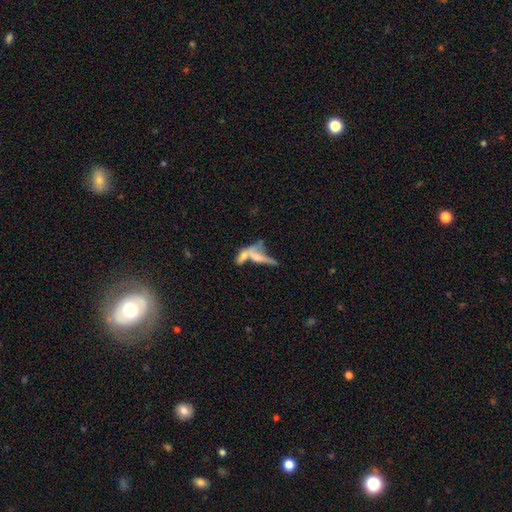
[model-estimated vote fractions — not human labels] Smooth or featured?
  - featured or disk: 47% *
  - smooth: 42%
  - star or artifact: 11%
Merging?
  - merger: 56% *
  - none: 26%
  - minor disturbance: 9%
  - major disturbance: 9%